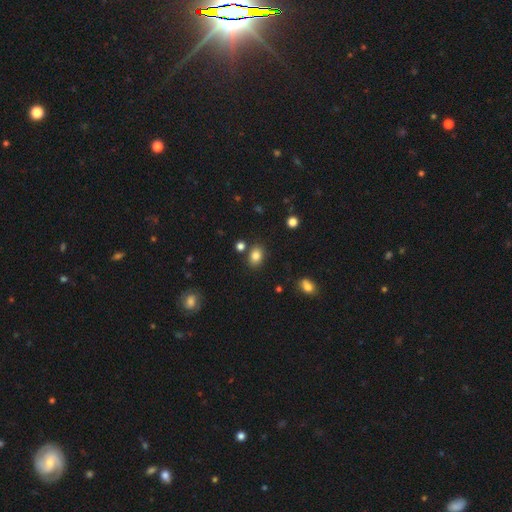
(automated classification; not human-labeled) A smooth galaxy with no disk features (83%) that is in between round and cigar-shaped (70%). Merging: none (80%).